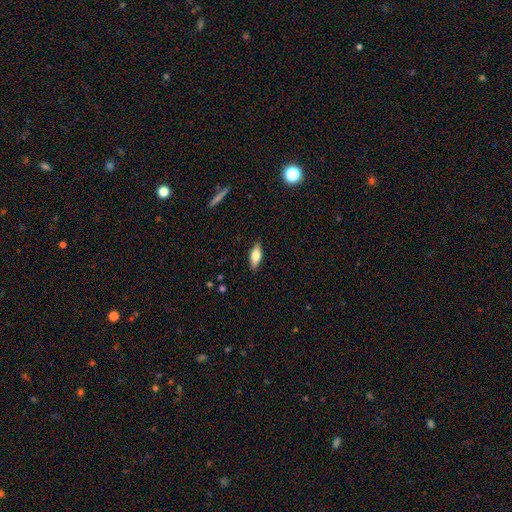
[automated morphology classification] Smooth or featured: smooth — 67% (featured or disk — 26%)
How rounded: in between — 71% (cigar-shaped — 26%)
Merging: none — 88% (minor disturbance — 9%)